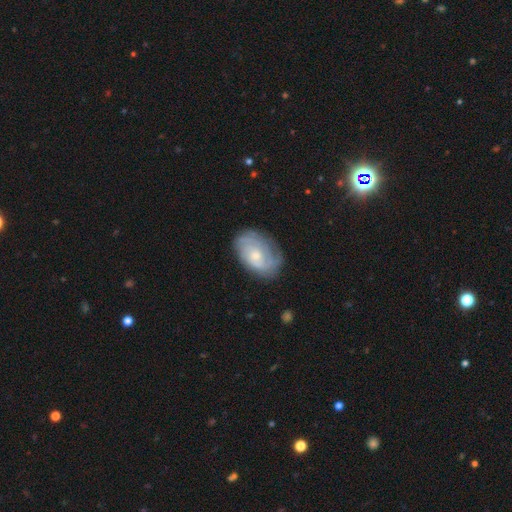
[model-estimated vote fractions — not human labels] Overall: featured or disk (76%). Edge-on disk: no (97%). Bar: no (71%). Spiral arms: yes (92%). Spiral arm count: can't tell (39%; 2 28%). Spiral winding: tight (64%; medium 28%). Bulge size: small (59%; moderate 36%). Merging: none (73%).